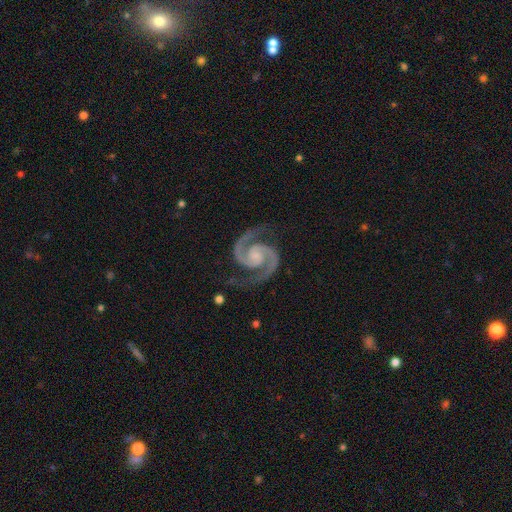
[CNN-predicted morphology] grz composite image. It shows a featured or disk galaxy (95%) with no bar (60%), 2 (95%) medium (58%) spiral arms (99%) and a small central bulge (44%). Merging: none (81%).